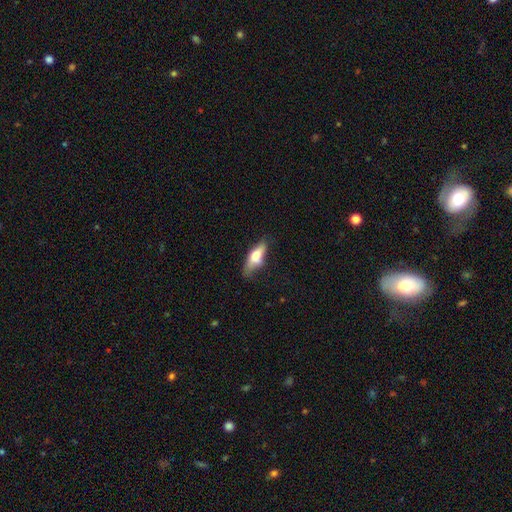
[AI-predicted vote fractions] Smooth or featured?
  - smooth: 64% *
  - featured or disk: 30%
  - star or artifact: 7%
How rounded?
  - in between: 62% *
  - cigar-shaped: 35%
  - round: 3%
Merging?
  - none: 52% *
  - minor disturbance: 32%
  - major disturbance: 12%
  - merger: 4%